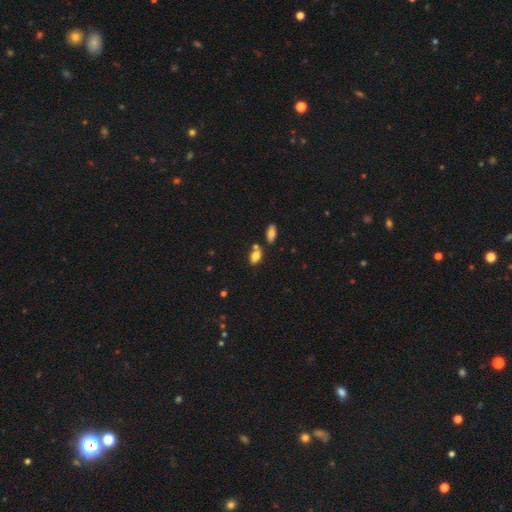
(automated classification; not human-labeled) smooth_or_featured: smooth (p=0.81) [alt: star or artifact p=0.10]
how_rounded: in between (p=0.85) [alt: round p=0.12]
merging: none (p=0.58) [alt: merger p=0.25]